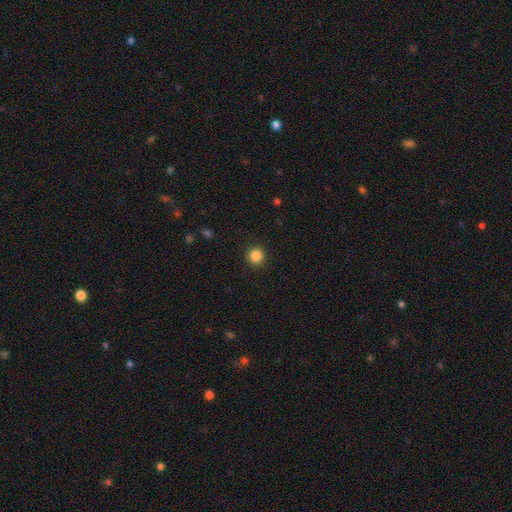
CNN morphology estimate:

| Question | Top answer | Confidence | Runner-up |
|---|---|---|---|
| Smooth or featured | smooth | 85% | star or artifact (11%) |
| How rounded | round | 92% | in between (7%) |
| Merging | none | 92% | minor disturbance (5%) |